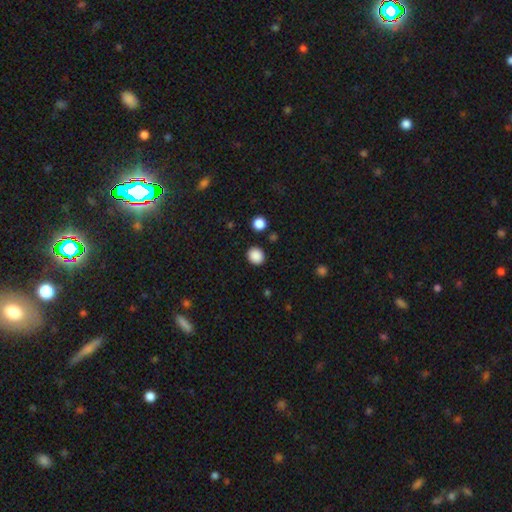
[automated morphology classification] The model was most divided on "how rounded": round: 76%, in between: 24%, cigar-shaped: 1%. More confident: merging — none (89%); smooth or featured — smooth (88%).